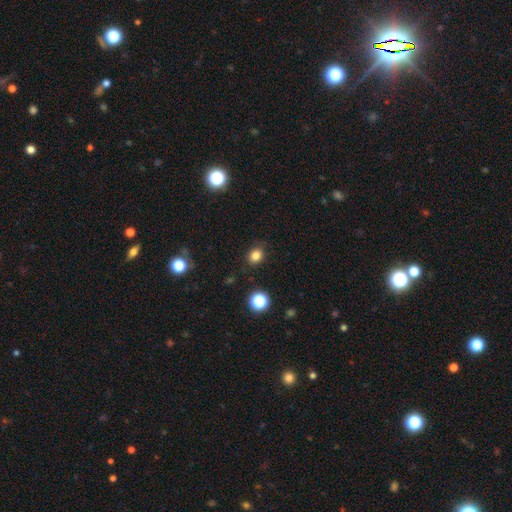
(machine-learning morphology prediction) smooth 82%, star or artifact 13%, featured or disk 5%. Down the decision tree: how rounded — round (62%); merging — none (84%).